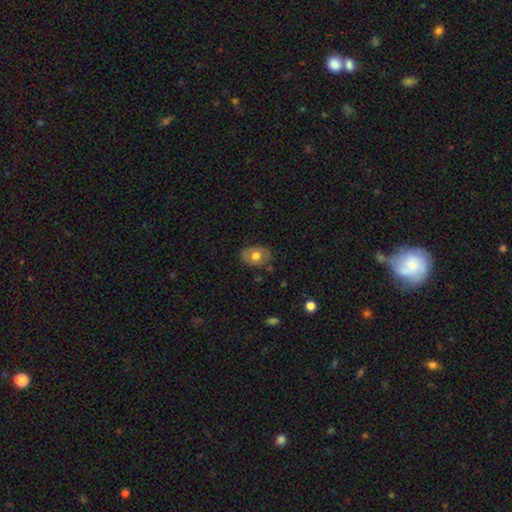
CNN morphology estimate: Smooth or featured: smooth — 64% (featured or disk — 29%)
How rounded: in between — 75% (round — 24%)
Merging: none — 81% (minor disturbance — 15%)